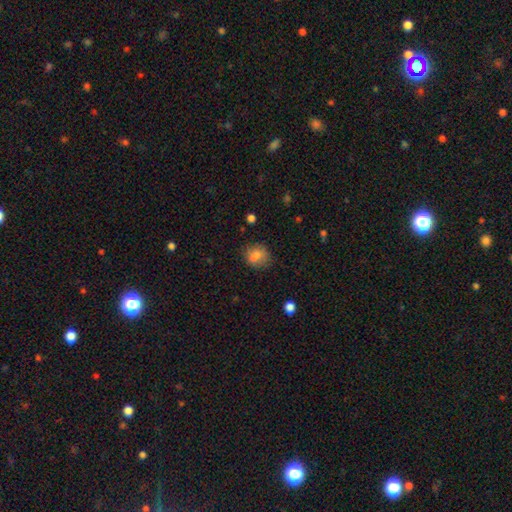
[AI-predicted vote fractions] A smooth galaxy with no disk features (75%) that is round (63%).

Vote fractions:
- Smooth or featured? smooth: 75% / featured or disk: 14% / star or artifact: 11%
- How rounded? round: 63% / in between: 35% / cigar-shaped: 1%
- Merging? none: 58% / merger: 19% / minor disturbance: 17% / major disturbance: 6%